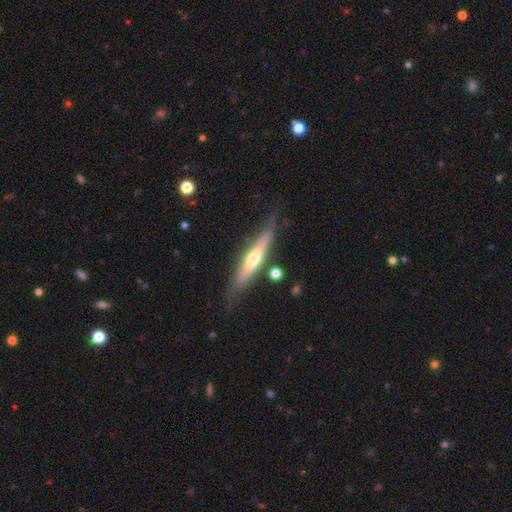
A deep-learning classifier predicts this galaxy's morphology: smooth-or-featured: featured or disk: 62% | smooth: 32% | star or artifact: 6%
  disk-edge-on: yes: 87% | no: 13%
    edge-on-bulge: rounded: 76% | none: 17% | boxy: 7%
  merging: none: 73% | minor disturbance: 18% | major disturbance: 5% | merger: 4%